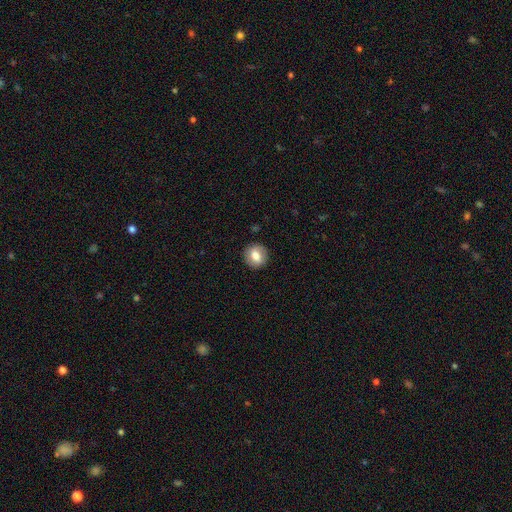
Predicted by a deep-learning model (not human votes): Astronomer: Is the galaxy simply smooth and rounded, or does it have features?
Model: smooth — 74%.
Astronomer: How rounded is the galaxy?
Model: round — 83%.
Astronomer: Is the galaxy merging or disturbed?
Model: none — 88%.